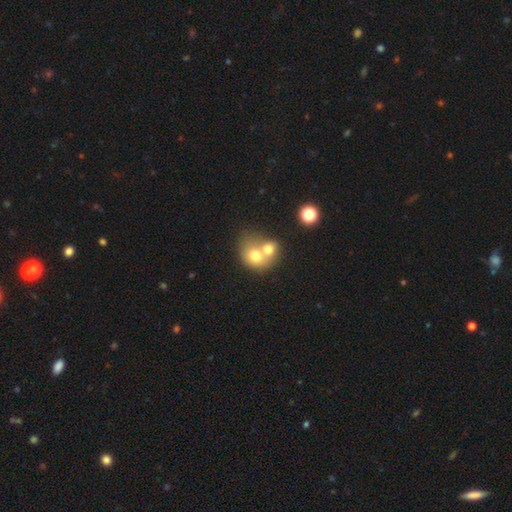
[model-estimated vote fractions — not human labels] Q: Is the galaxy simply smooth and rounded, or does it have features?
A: smooth — 68%.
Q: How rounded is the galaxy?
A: round — 63%.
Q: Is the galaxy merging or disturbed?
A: merger — 71%.